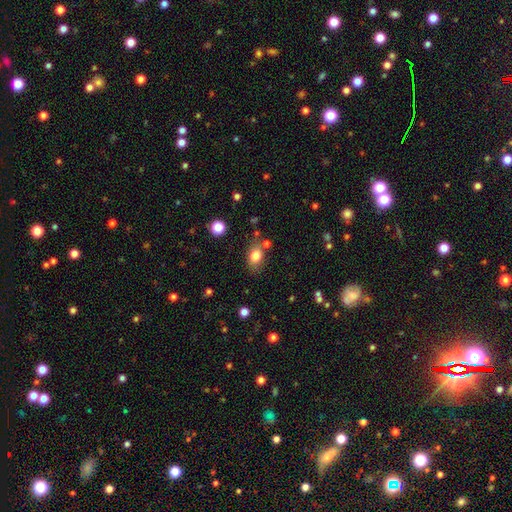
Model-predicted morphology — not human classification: smooth_or_featured: smooth (p=0.80) [alt: star or artifact p=0.10]
how_rounded: in between (p=0.75) [alt: round p=0.23]
merging: none (p=0.71) [alt: minor disturbance p=0.16]